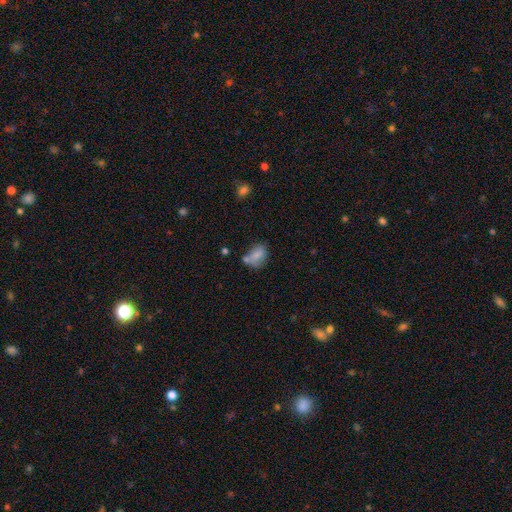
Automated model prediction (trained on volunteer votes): Smooth or featured? smooth (74%)
How rounded? in between (75%)
Merging? none (43%)